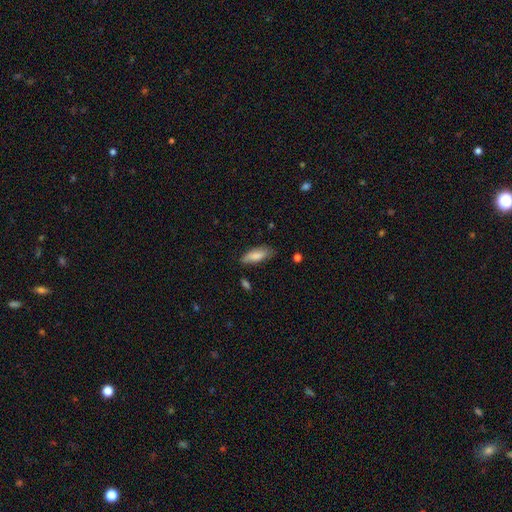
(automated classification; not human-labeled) smooth-or-featured: smooth: 82% | featured or disk: 12% | star or artifact: 6%
  how-rounded: in between: 67% | cigar-shaped: 31% | round: 2%
  merging: none: 68% | minor disturbance: 25% | major disturbance: 5% | merger: 2%